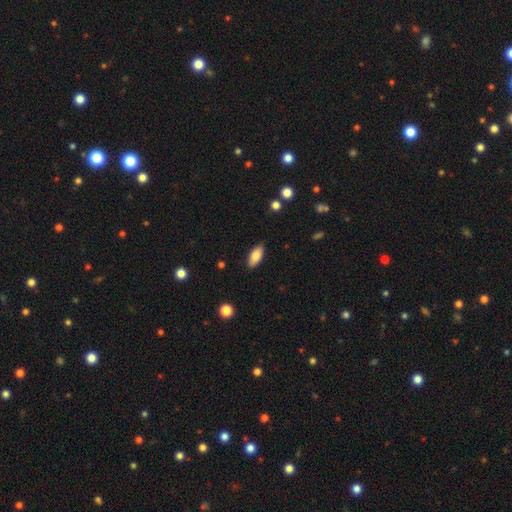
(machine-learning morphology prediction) Smooth or featured: smooth — 83% (featured or disk — 11%)
How rounded: in between — 87% (cigar-shaped — 11%)
Merging: none — 86% (minor disturbance — 11%)